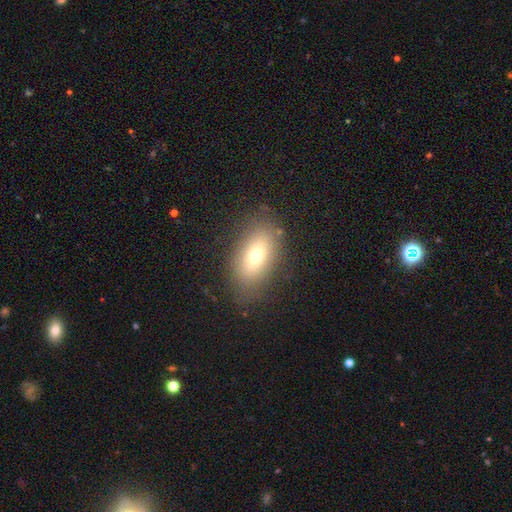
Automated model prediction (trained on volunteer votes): This appears to be a smooth galaxy with no disk features (68%) that is in between round and cigar-shaped (85%). Merging: none (82%).